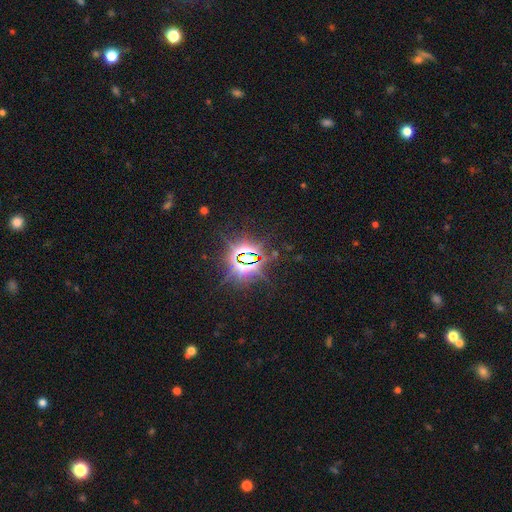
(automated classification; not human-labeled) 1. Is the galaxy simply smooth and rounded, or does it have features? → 85% star or artifact, 8% smooth, 7% featured or disk.